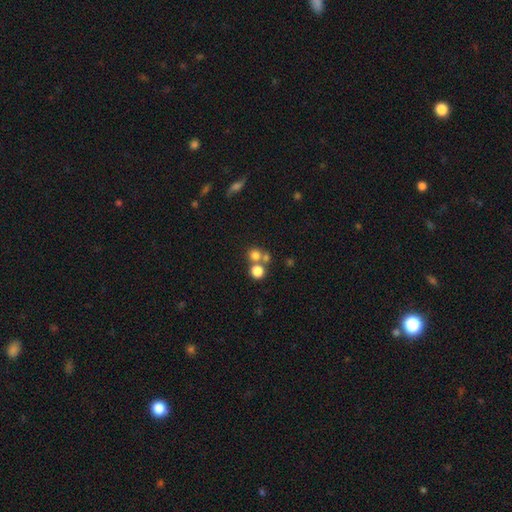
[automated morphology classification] This is likely a smooth galaxy (74%). How rounded: clearly round (88%). Merging: possibly none (51%).